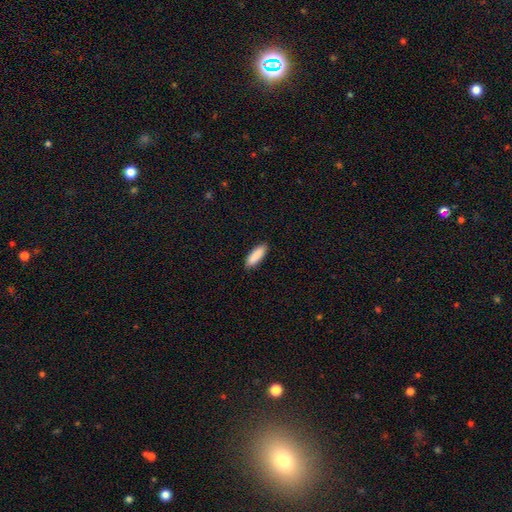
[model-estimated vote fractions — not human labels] A smooth galaxy with no disk features (90%) that is in between round and cigar-shaped (55%).

Vote fractions:
- Smooth or featured? smooth: 90% / star or artifact: 6% / featured or disk: 4%
- How rounded? in between: 55% / cigar-shaped: 44% / round: 2%
- Merging? none: 88% / minor disturbance: 9% / major disturbance: 2% / merger: 1%